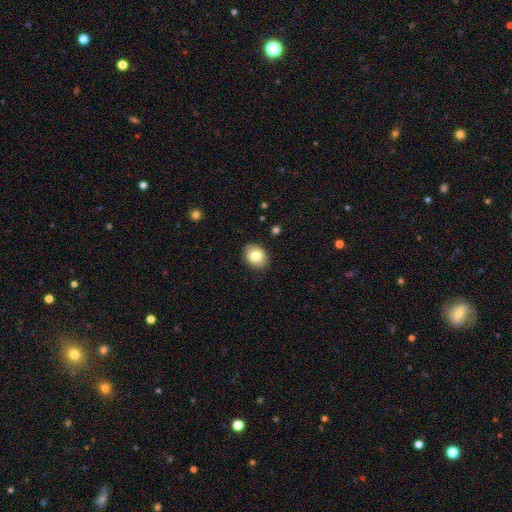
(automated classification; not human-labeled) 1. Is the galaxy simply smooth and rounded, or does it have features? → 80% smooth, 12% featured or disk, 8% star or artifact.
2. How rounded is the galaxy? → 62% in between, 37% round, 1% cigar-shaped.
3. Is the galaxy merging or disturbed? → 86% none, 11% minor disturbance, 2% major disturbance, 1% merger.